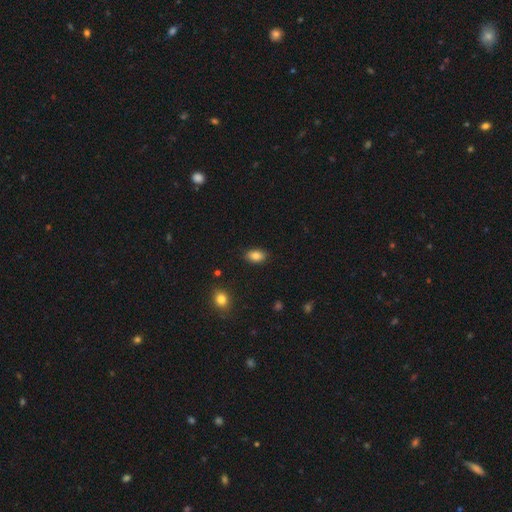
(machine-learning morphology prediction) This is clearly a smooth galaxy (85%). How rounded: clearly in between (90%). Merging: clearly none (88%).